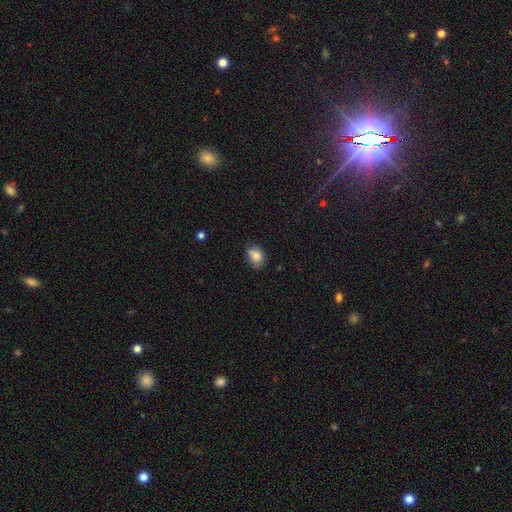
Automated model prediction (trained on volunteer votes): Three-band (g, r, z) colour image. It shows a smooth galaxy with no disk features (80%) that is in between round and cigar-shaped (71%). Merging: none (57%).